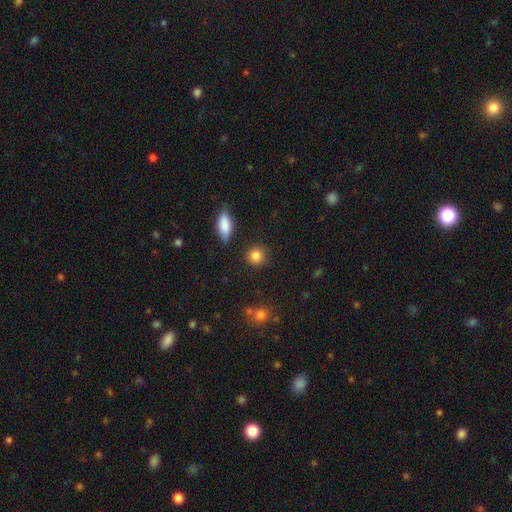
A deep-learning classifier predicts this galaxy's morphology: Q: Smooth or featured?
A: smooth (86%); runner-up: star or artifact (9%)
Q: How rounded?
A: round (88%); runner-up: in between (11%)
Q: Merging?
A: none (86%); runner-up: minor disturbance (9%)